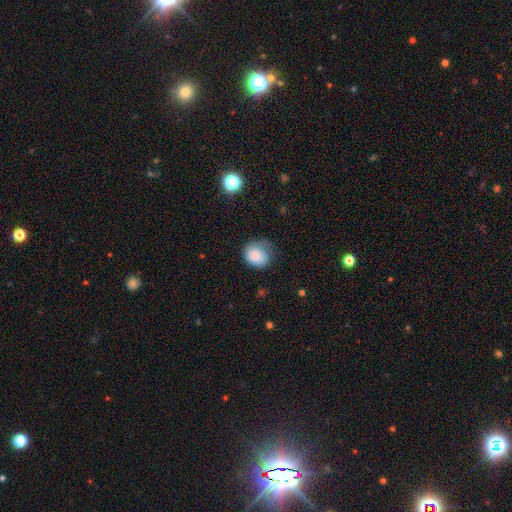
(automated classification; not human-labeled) smooth_or_featured: smooth (p=0.75) [alt: featured or disk p=0.18]
how_rounded: round (p=0.70) [alt: in between p=0.29]
merging: none (p=0.43) [alt: minor disturbance p=0.34]